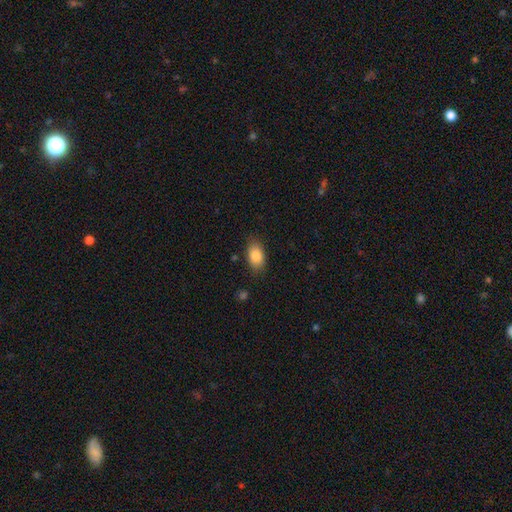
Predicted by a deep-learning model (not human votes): Smooth or featured?
  - smooth: 86% *
  - star or artifact: 7%
  - featured or disk: 7%
How rounded?
  - in between: 89% *
  - round: 9%
  - cigar-shaped: 2%
Merging?
  - none: 82% *
  - minor disturbance: 13%
  - major disturbance: 3%
  - merger: 1%